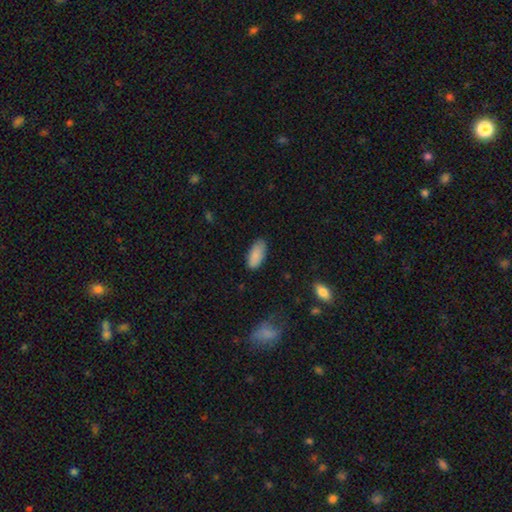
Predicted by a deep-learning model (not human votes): Overall: smooth (88%). How rounded: in between (91%). Merging: none (80%).